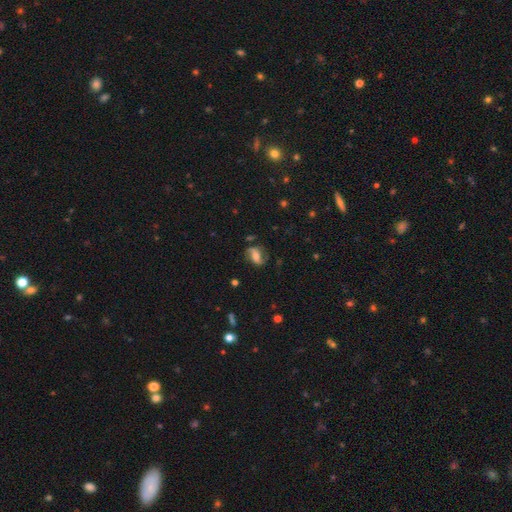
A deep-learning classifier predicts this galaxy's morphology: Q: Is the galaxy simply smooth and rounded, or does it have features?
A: featured or disk — 67%.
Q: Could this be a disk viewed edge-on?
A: no — 95%.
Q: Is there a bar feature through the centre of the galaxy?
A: weak — 37%.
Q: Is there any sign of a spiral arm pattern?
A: yes — 89%.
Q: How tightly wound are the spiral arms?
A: loose — 47%.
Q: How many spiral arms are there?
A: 2 — 87%.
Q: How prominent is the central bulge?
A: moderate — 50%.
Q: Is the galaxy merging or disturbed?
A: none — 71%.